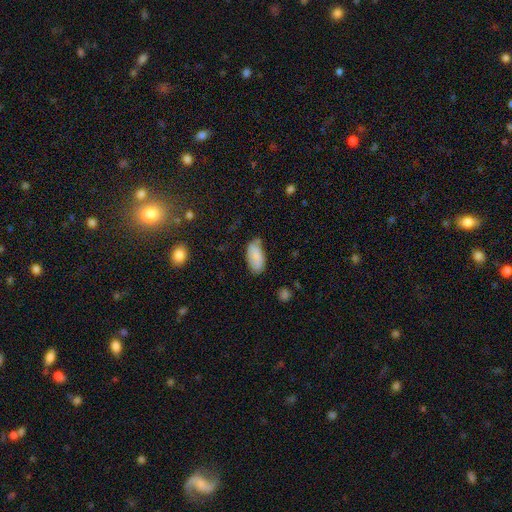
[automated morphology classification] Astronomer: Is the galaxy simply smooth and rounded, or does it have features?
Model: smooth — 84%.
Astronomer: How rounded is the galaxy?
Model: in between — 93%.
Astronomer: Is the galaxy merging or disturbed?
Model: none — 62%.